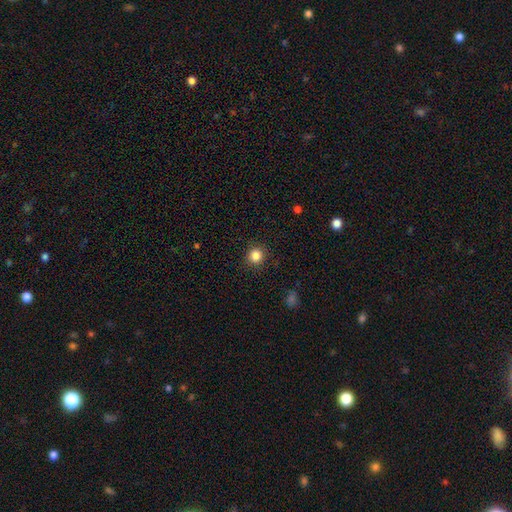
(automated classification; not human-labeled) Smooth or featured: smooth — 85% (star or artifact — 11%)
How rounded: round — 90% (in between — 9%)
Merging: none — 91% (minor disturbance — 6%)